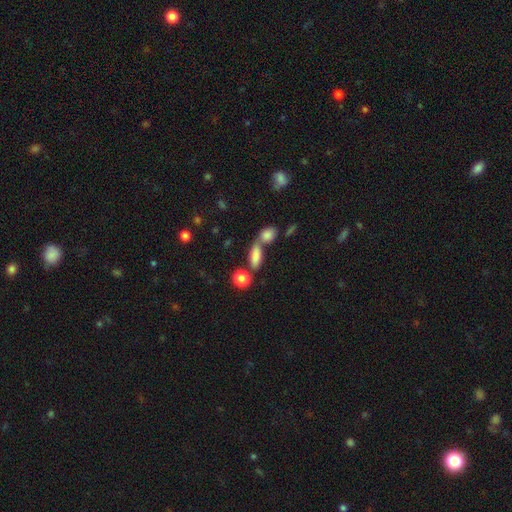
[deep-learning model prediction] Overall: smooth (82%). How rounded: in between (71%). Merging: none (47%; merger 37%).